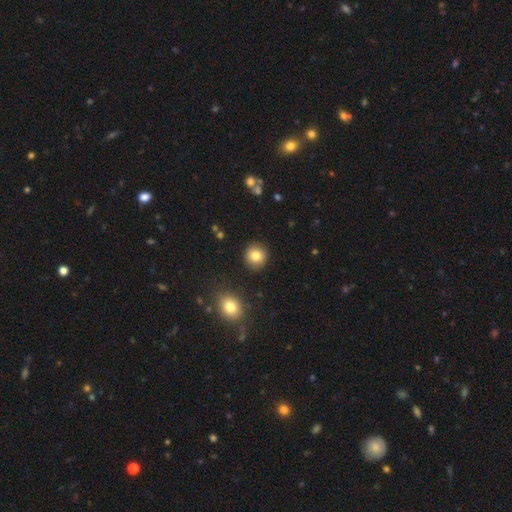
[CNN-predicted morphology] Overall: smooth (83%). How rounded: round (90%). Merging: none (90%).